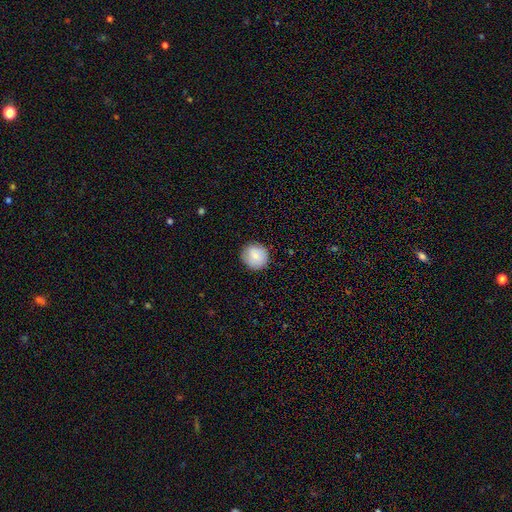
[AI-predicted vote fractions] This appears to be a smooth galaxy with no disk features (81%) that is round (90%). Merging: none (86%).